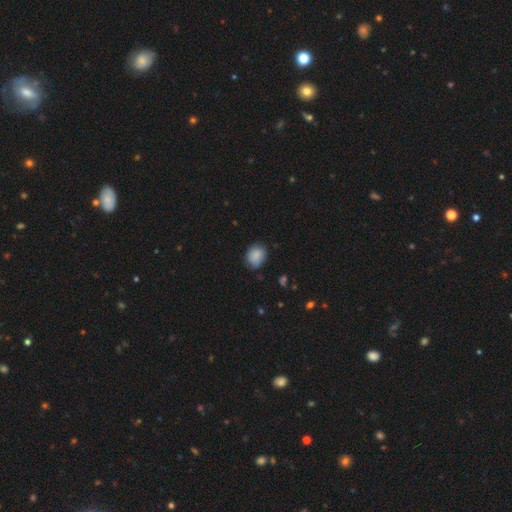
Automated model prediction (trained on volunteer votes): This is clearly a smooth galaxy (86%). How rounded: possibly round (55%). Merging: likely none (74%).